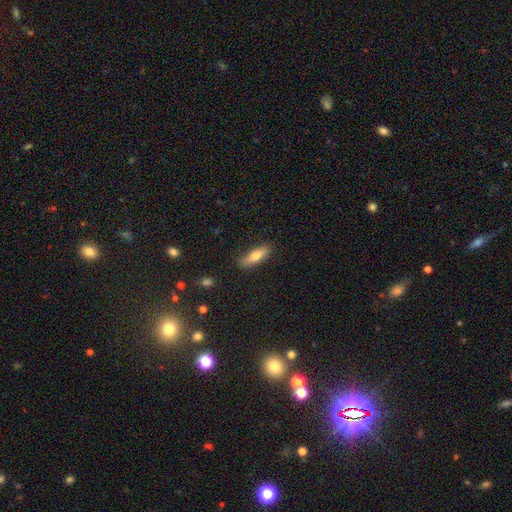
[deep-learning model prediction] Q: Smooth or featured?
A: smooth (72%); runner-up: featured or disk (21%)
Q: How rounded?
A: cigar-shaped (53%); runner-up: in between (45%)
Q: Merging?
A: none (82%); runner-up: minor disturbance (14%)